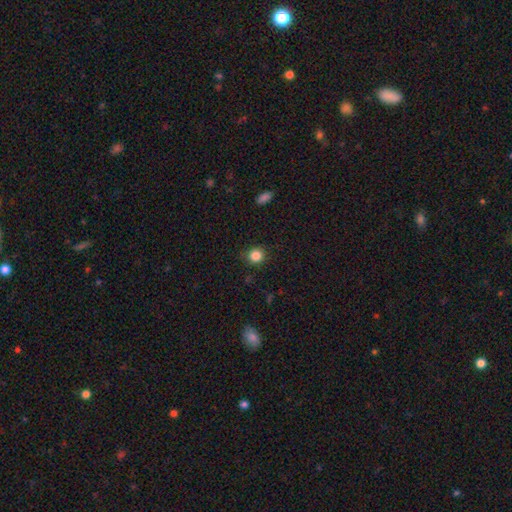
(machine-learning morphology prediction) This appears to be a smooth galaxy with no disk features (85%) that is round (86%). Merging: none (87%).